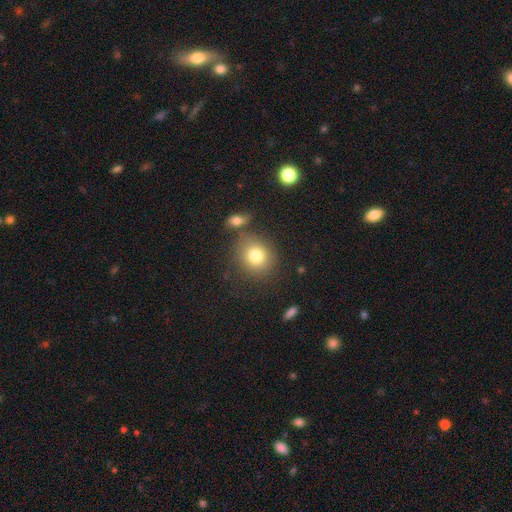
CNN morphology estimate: Overall: smooth (79%). How rounded: round (80%). Merging: none (75%).